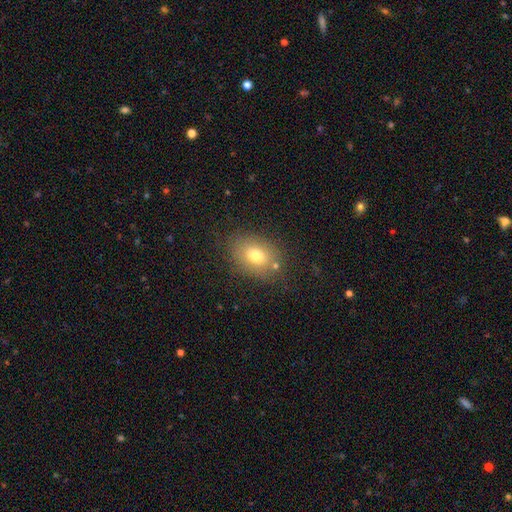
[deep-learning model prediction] Smooth or featured?
  - smooth: 75% *
  - featured or disk: 14%
  - star or artifact: 11%
How rounded?
  - in between: 74% *
  - round: 25%
  - cigar-shaped: 1%
Merging?
  - none: 77% *
  - minor disturbance: 14%
  - merger: 5%
  - major disturbance: 4%